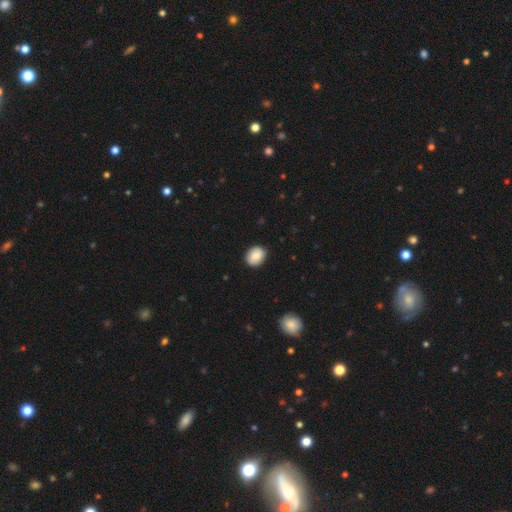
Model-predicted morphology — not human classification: The model was most divided on "how rounded": round: 53%, in between: 47%, cigar-shaped: 1%. More confident: merging — none (87%); smooth or featured — smooth (84%).